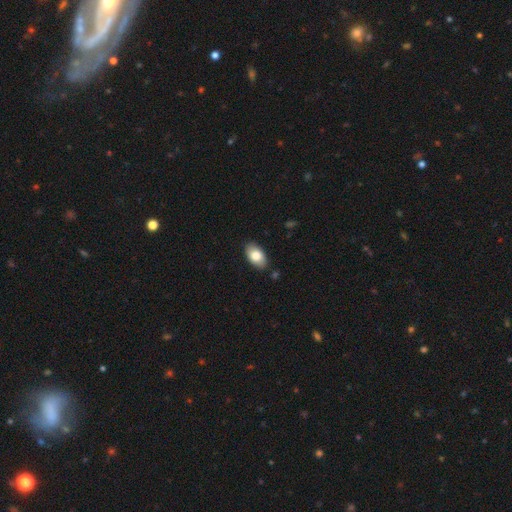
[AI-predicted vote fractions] This appears to be a smooth galaxy with no disk features (82%) that is in between round and cigar-shaped (93%). Merging: none (85%).